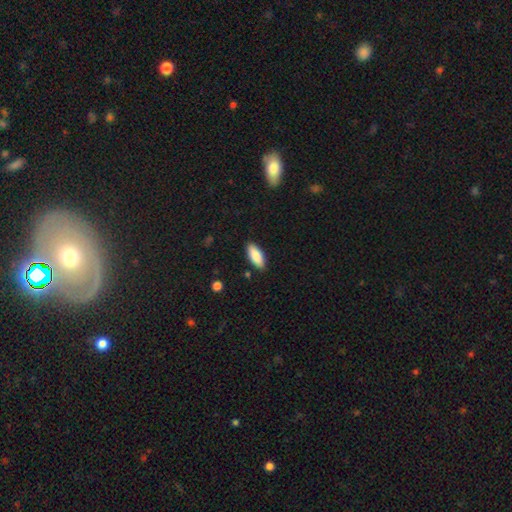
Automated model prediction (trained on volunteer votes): Smooth or featured? smooth (86%)
How rounded? in between (83%)
Merging? none (88%)